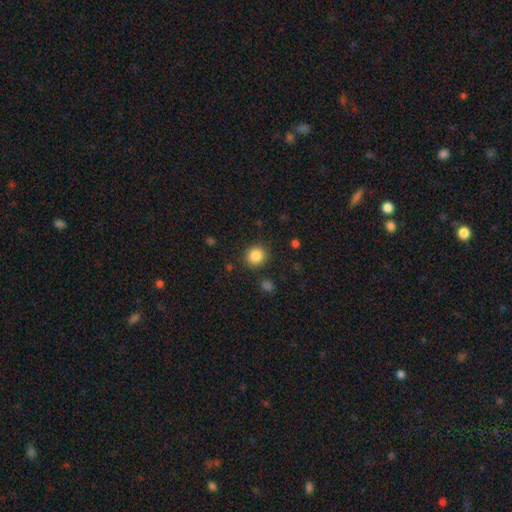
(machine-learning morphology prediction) Smooth or featured?
  - smooth: 86% *
  - star or artifact: 10%
  - featured or disk: 5%
How rounded?
  - round: 87% *
  - in between: 12%
  - cigar-shaped: 1%
Merging?
  - none: 87% *
  - minor disturbance: 8%
  - major disturbance: 3%
  - merger: 2%